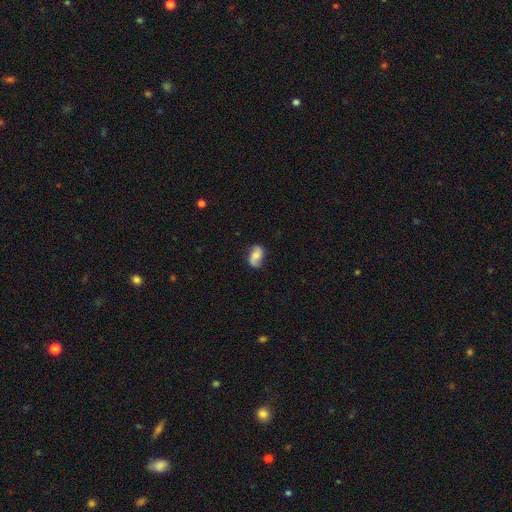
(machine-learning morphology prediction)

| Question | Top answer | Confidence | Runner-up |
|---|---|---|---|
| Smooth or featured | smooth | 47% | featured or disk (44%) |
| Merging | none | 72% | minor disturbance (21%) |